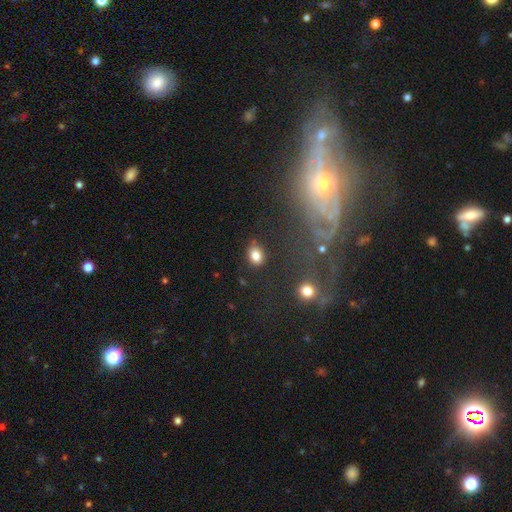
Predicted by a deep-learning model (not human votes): Overall: smooth (82%). How rounded: in between (58%; round 41%). Merging: none (78%).